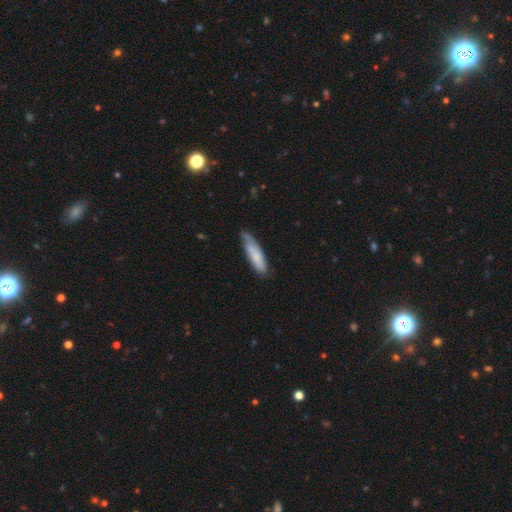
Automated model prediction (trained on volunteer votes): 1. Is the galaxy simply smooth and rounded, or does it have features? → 74% smooth, 21% featured or disk, 6% star or artifact.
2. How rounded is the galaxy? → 69% cigar-shaped, 29% in between, 1% round.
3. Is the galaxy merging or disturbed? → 59% none, 33% minor disturbance, 6% major disturbance, 2% merger.